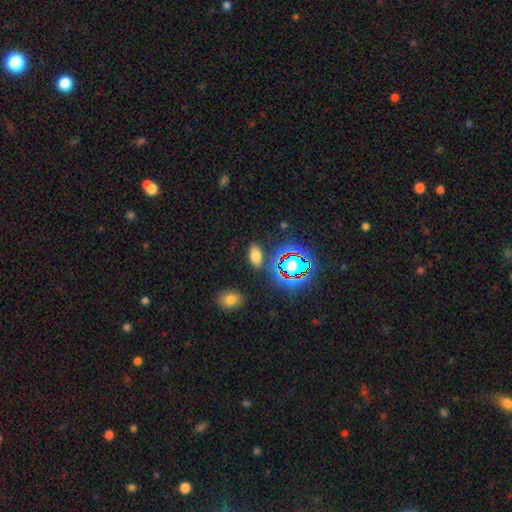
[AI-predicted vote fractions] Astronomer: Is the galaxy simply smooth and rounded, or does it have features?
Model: smooth — 69%.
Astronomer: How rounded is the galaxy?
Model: in between — 88%.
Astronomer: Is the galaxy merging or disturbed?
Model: none — 82%.